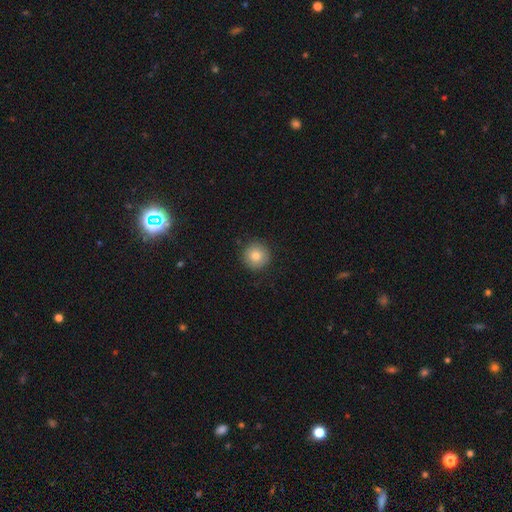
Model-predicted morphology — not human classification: A smooth galaxy with no disk features (81%) that is round (96%).

Vote fractions:
- Smooth or featured? smooth: 81% / star or artifact: 10% / featured or disk: 9%
- How rounded? round: 96% / in between: 4% / cigar-shaped: 1%
- Merging? none: 90% / minor disturbance: 6% / major disturbance: 2% / merger: 1%